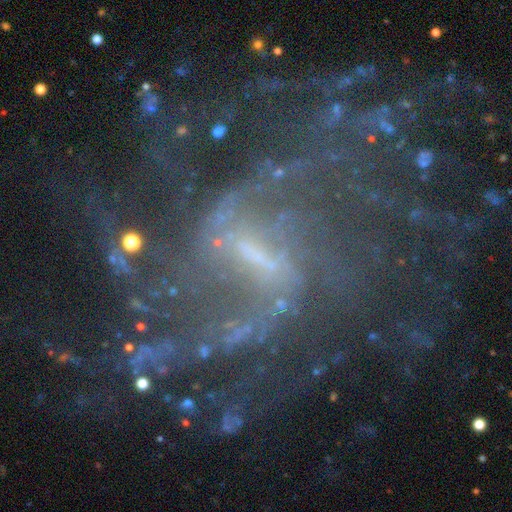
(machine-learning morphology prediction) A featured or disk galaxy (85%) with a weak bar (52%), loose (40%) spiral arms (90%) and a small central bulge (59%).

Vote fractions:
- Smooth or featured? featured or disk: 85% / star or artifact: 11% / smooth: 4%
- Edge-on disk? no: 97% / yes: 3%
- Bar? weak: 52% / strong: 33% / no: 15%
- Spiral arms? yes: 90% / no: 10%
- Spiral winding? loose: 40% / medium: 38% / tight: 22%
- Spiral arm count? can't tell: 36% / 2: 25% / 3: 11% / 4: 10% / more than 4: 9% / 1: 8%
- Bulge size? small: 59% / none: 20% / moderate: 18% / large: 2% / dominant: 1%
- Merging? none: 57% / major disturbance: 24% / minor disturbance: 15% / merger: 3%